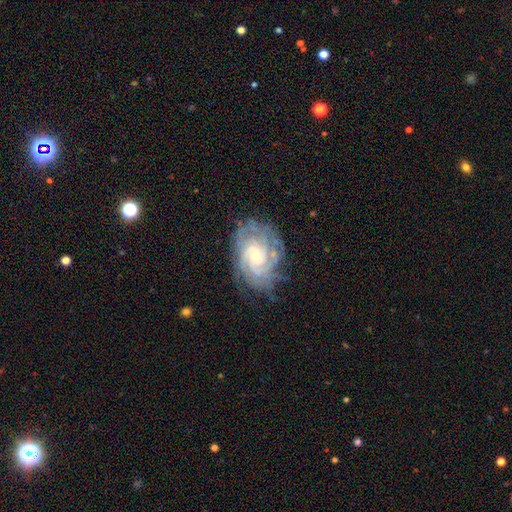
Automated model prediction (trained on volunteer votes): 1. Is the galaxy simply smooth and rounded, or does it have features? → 85% featured or disk, 8% smooth, 7% star or artifact.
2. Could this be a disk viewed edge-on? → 97% no, 3% yes.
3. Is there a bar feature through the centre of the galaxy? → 64% no, 29% weak, 7% strong.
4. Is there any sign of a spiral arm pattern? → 97% yes, 3% no.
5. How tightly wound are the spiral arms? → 73% tight, 22% medium, 4% loose.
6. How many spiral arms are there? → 33% can't tell, 20% 4, 17% 3, 15% 2, 10% more than 4, 6% 1.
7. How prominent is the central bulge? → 67% small, 28% moderate, 2% none, 2% large, 1% dominant.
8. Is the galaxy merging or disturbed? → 74% none, 18% minor disturbance, 7% major disturbance, 1% merger.